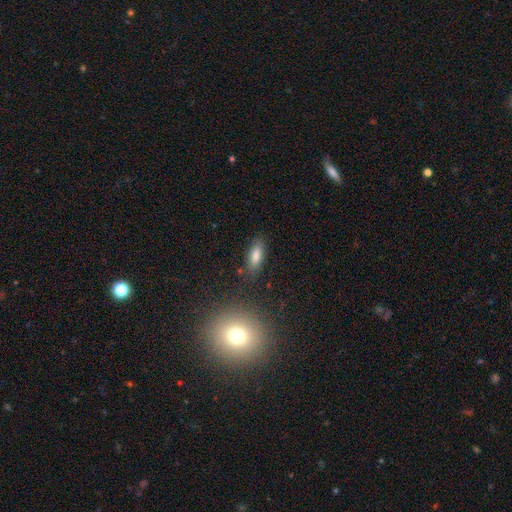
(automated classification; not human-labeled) Smooth or featured? smooth (77%)
How rounded? in between (71%)
Merging? none (84%)